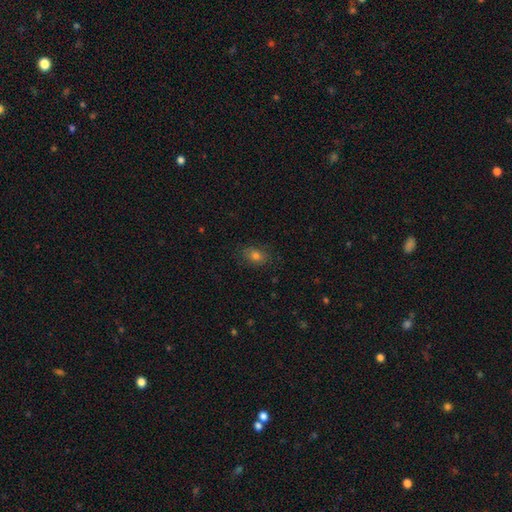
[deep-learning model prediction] Morphology: type=smooth (72%); roundness=in between (66%); merging=none (80%).